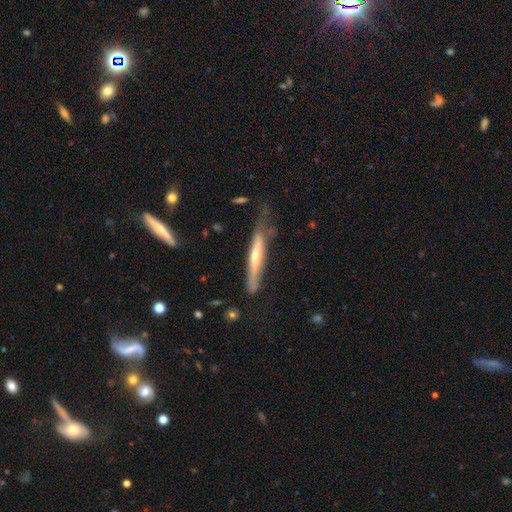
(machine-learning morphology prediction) The model was most divided on "merging": none: 55%, minor disturbance: 32%, major disturbance: 11%, merger: 3%. More confident: edge-on disk — yes (89%); edge-on bulge — rounded (68%); smooth or featured — featured or disk (65%).